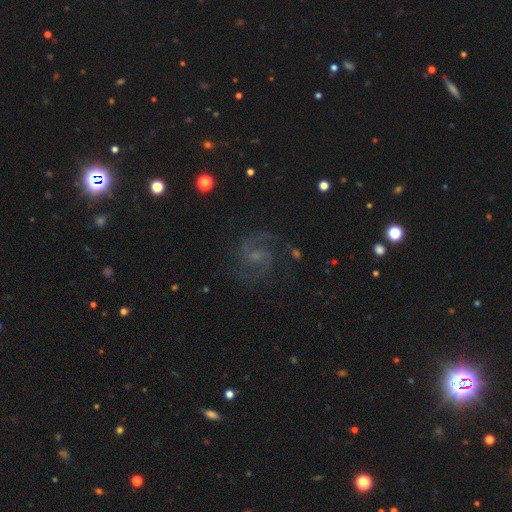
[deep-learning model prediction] Smooth or featured? Predicted: featured or disk (p=0.81). Edge-on disk? Predicted: no (p=0.98). Bar? Predicted: no (p=0.47). Spiral arms? Predicted: yes (p=0.97). Spiral winding? Predicted: medium (p=0.57). Spiral arm count? Predicted: 2 (p=0.79). Bulge size? Predicted: small (p=0.51). Merging? Predicted: none (p=0.76).